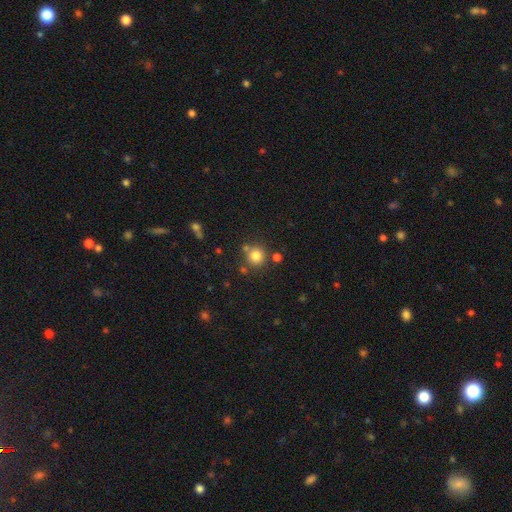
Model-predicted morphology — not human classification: Overall: smooth (80%). How rounded: round (92%). Merging: none (74%).